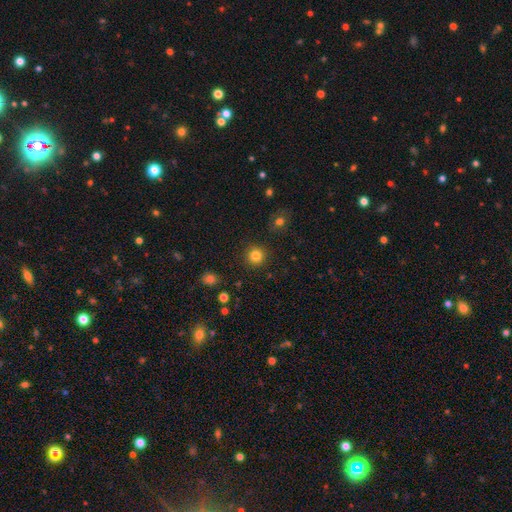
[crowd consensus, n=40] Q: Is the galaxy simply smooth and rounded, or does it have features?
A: smooth — 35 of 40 (88%).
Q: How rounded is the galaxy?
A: round — 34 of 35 (97%).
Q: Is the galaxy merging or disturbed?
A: none — 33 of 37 (89%).